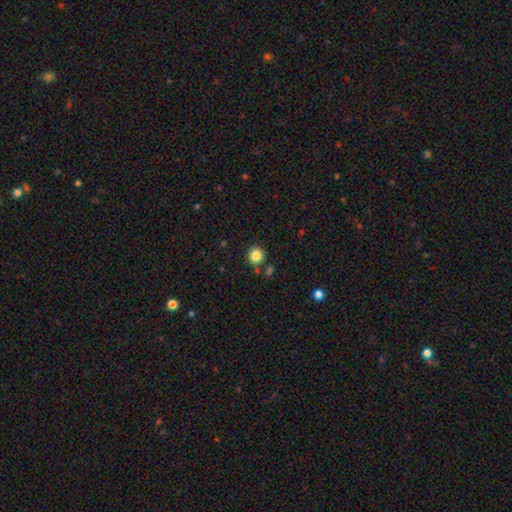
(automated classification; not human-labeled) Overall: smooth (84%). How rounded: round (92%). Merging: none (82%).